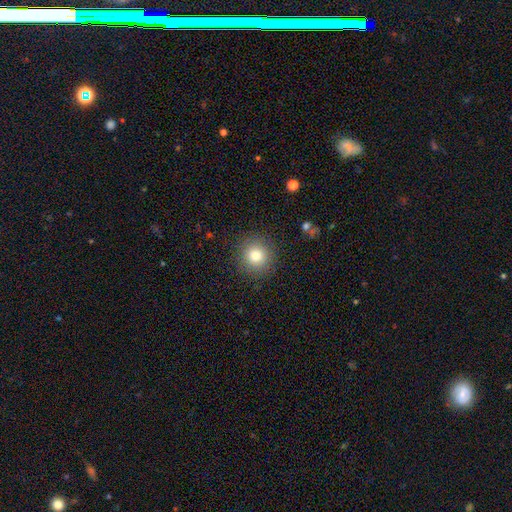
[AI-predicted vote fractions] Overall: smooth (78%). How rounded: round (94%). Merging: none (90%).